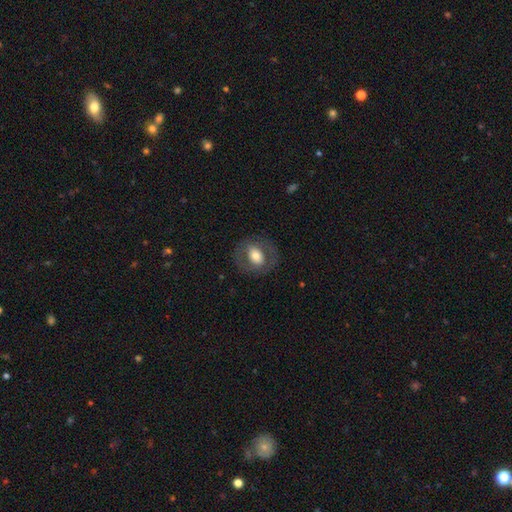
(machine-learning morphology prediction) Smooth or featured? smooth (55%)
How rounded? round (52%)
Merging? none (78%)